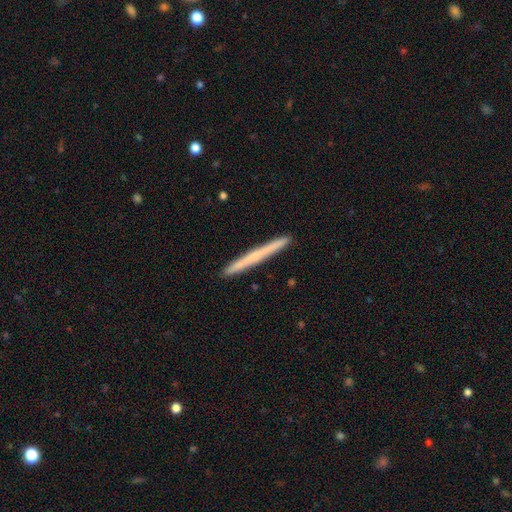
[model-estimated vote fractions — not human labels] This appears to be a smooth galaxy with no disk features (56%) that is cigar-shaped (97%). Merging: none (93%).